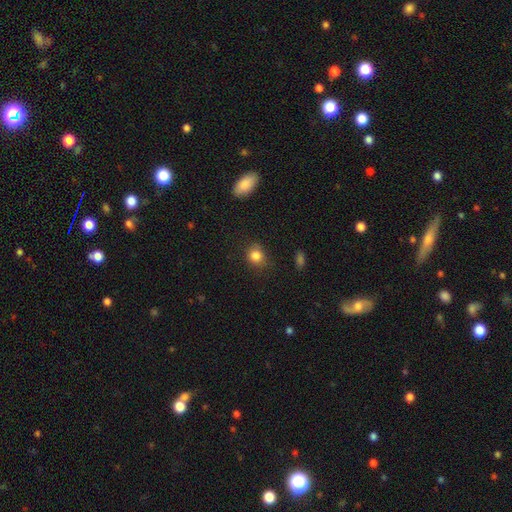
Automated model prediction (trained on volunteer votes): Overall: smooth (84%). How rounded: round (74%). Merging: none (78%).